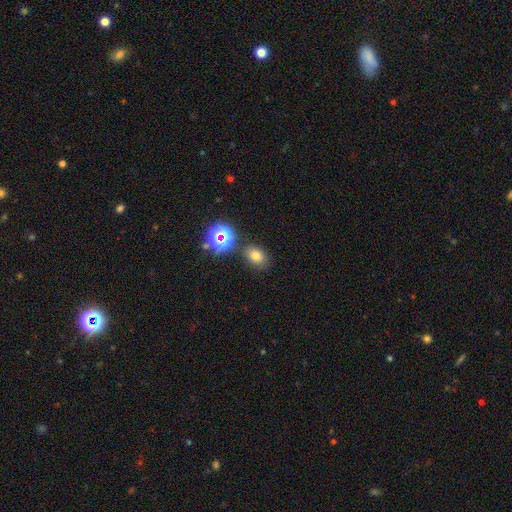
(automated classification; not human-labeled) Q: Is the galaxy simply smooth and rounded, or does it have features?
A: smooth — 72%.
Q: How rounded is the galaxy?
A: in between — 69%.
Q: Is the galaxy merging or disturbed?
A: none — 79%.